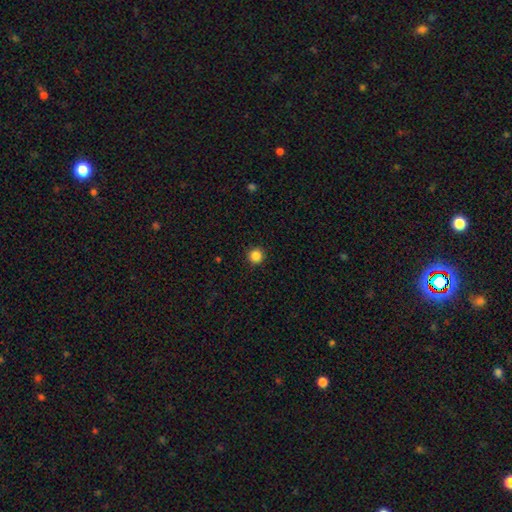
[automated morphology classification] Smooth or featured?
  - smooth: 86% *
  - star or artifact: 11%
  - featured or disk: 3%
How rounded?
  - round: 96% *
  - in between: 3%
  - cigar-shaped: 1%
Merging?
  - none: 93% *
  - minor disturbance: 5%
  - major disturbance: 2%
  - merger: 1%